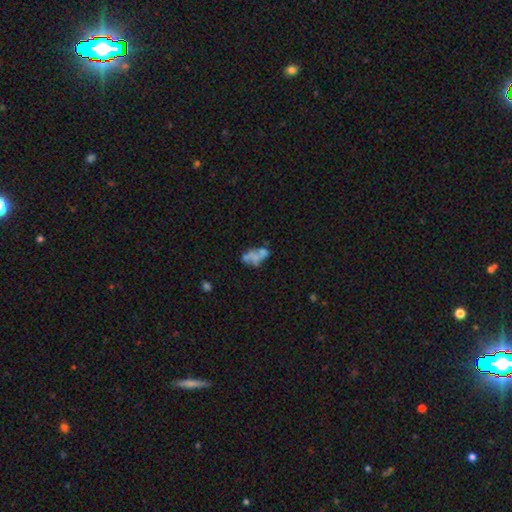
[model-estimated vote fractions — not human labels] The model was most divided on "smooth or featured": featured or disk: 45%, smooth: 42%, star or artifact: 13%. Remaining: merging — none (37%).